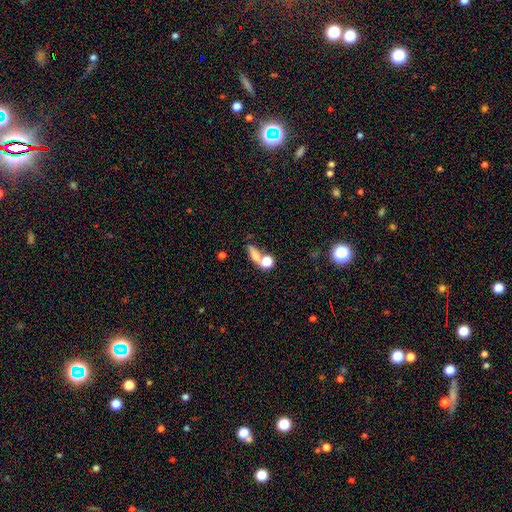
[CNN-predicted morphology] type=smooth (67%); roundness=in between (49%); merging=none (42%).